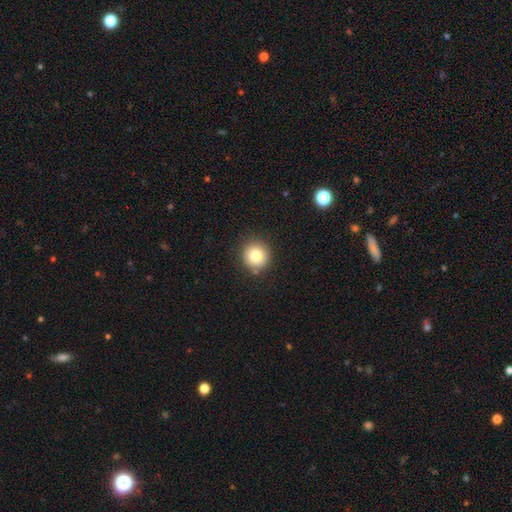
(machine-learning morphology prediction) smooth_or_featured: smooth (p=0.81) [alt: star or artifact p=0.11]
how_rounded: round (p=0.94) [alt: in between p=0.05]
merging: none (p=0.88) [alt: minor disturbance p=0.08]